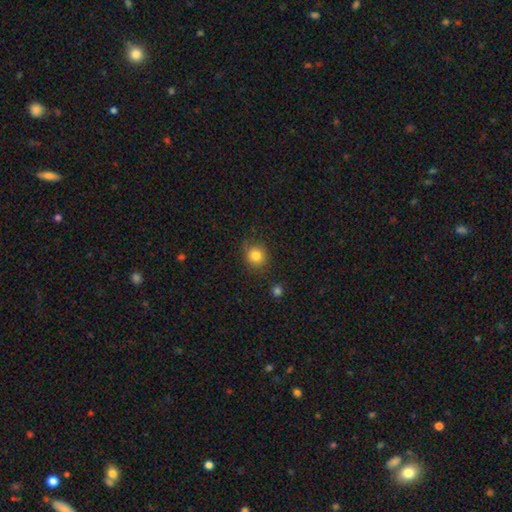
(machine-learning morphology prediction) Smooth or featured: smooth — 82% (star or artifact — 11%)
How rounded: round — 80% (in between — 19%)
Merging: none — 80% (minor disturbance — 15%)